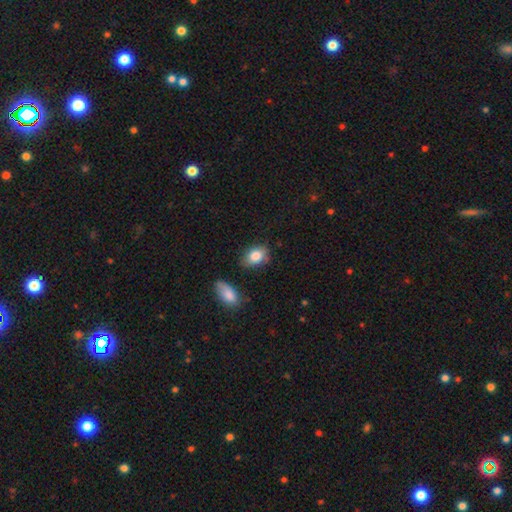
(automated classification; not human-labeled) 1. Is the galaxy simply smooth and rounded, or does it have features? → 83% smooth, 10% featured or disk, 8% star or artifact.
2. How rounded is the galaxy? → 77% in between, 22% round, 2% cigar-shaped.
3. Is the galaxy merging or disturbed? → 69% none, 22% minor disturbance, 5% major disturbance, 4% merger.